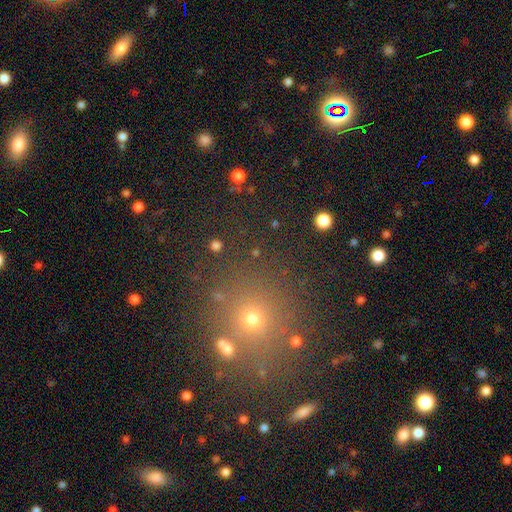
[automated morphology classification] The model was most divided on "smooth or featured": smooth: 51%, star or artifact: 39%, featured or disk: 10%. More confident: how rounded — round (89%); merging — none (81%).